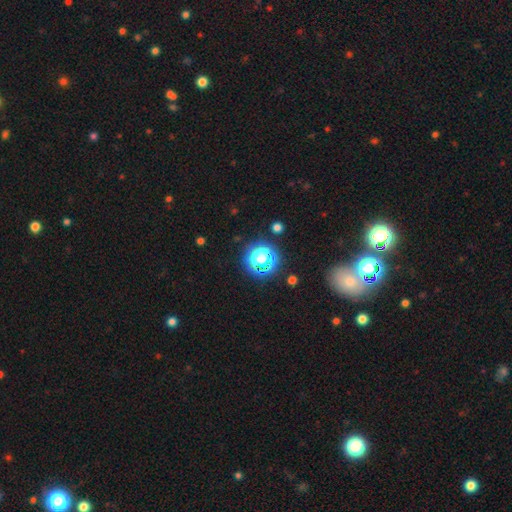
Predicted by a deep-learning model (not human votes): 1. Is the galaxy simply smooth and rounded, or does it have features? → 69% star or artifact, 23% smooth, 8% featured or disk.